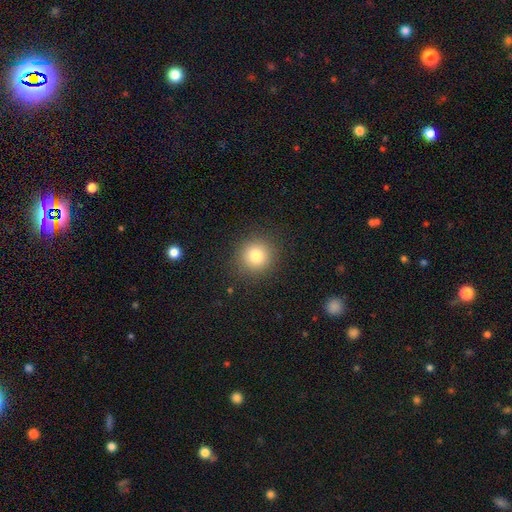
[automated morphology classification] Smooth or featured? Predicted: smooth (p=0.80). How rounded? Predicted: round (p=0.92). Merging? Predicted: none (p=0.90).